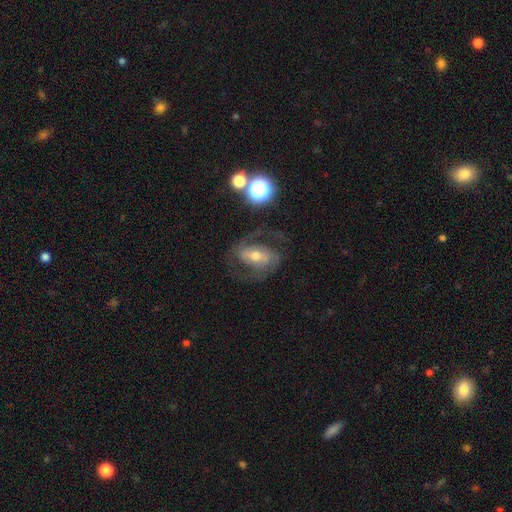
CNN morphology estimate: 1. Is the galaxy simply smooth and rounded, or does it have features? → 80% featured or disk, 12% smooth, 8% star or artifact.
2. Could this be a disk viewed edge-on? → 96% no, 4% yes.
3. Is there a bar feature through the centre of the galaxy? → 38% weak (tied), 38% strong (tied), 25% no.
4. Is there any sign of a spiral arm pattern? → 92% yes, 8% no.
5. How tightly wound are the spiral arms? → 56% medium, 23% tight, 21% loose.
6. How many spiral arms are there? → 87% 2, 5% can't tell, 3% 3, 2% 1, 1% 4, 1% more than 4.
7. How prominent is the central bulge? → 59% moderate, 34% small, 5% large, 1% none, 1% dominant.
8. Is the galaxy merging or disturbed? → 70% none, 14% minor disturbance, 13% major disturbance, 2% merger.